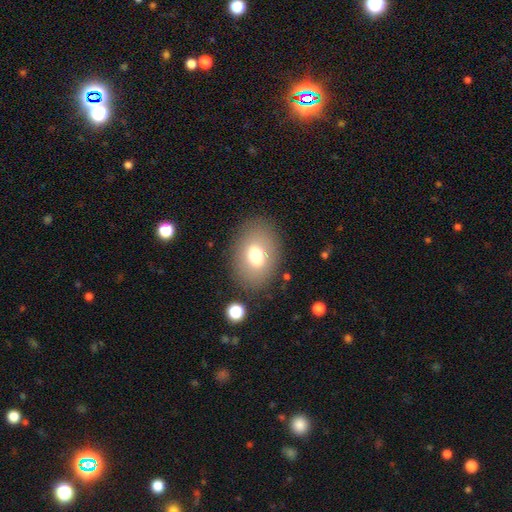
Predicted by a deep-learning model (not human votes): This appears to be a smooth galaxy with no disk features (72%) that is in between round and cigar-shaped (77%). Merging: none (82%).